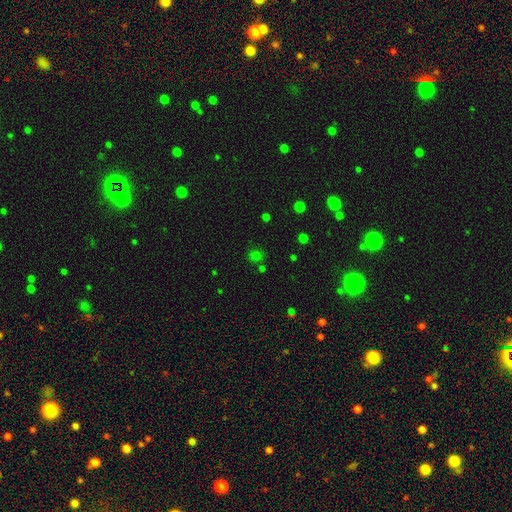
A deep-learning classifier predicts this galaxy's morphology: Q: Smooth or featured?
A: smooth (62%); runner-up: star or artifact (32%)
Q: How rounded?
A: round (85%); runner-up: in between (14%)
Q: Merging?
A: none (81%); runner-up: minor disturbance (10%)